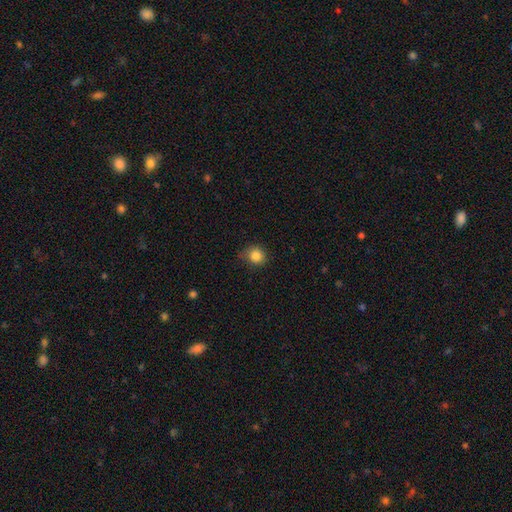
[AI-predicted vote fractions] Q: Smooth or featured?
A: smooth (84%); runner-up: star or artifact (11%)
Q: How rounded?
A: round (83%); runner-up: in between (16%)
Q: Merging?
A: none (70%); runner-up: minor disturbance (24%)